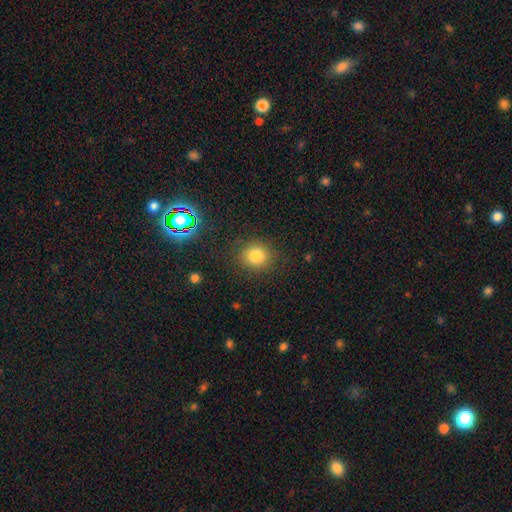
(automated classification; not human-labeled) Smooth or featured? Predicted: smooth (p=0.80). How rounded? Predicted: round (p=0.83). Merging? Predicted: none (p=0.86).